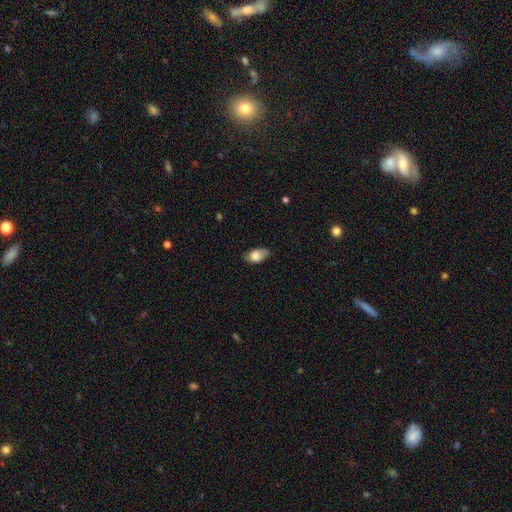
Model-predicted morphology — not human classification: smooth_or_featured: smooth (p=0.81) [alt: featured or disk p=0.12]
how_rounded: in between (p=0.90) [alt: round p=0.07]
merging: none (p=0.62) [alt: minor disturbance p=0.30]